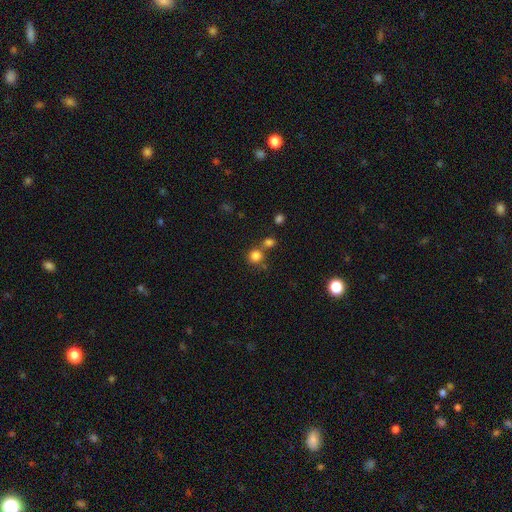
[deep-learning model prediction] Smooth or featured? Predicted: smooth (p=0.80). How rounded? Predicted: round (p=0.89). Merging? Predicted: none (p=0.62).